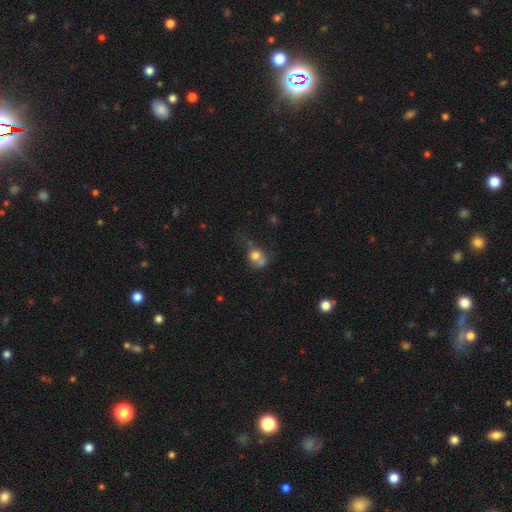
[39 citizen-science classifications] Volunteers were most divided on "merging": merger: 57%, none: 26%, major disturbance: 14%, minor disturbance: 3%. More confident: how rounded — round (71%); smooth or featured — smooth (62%).